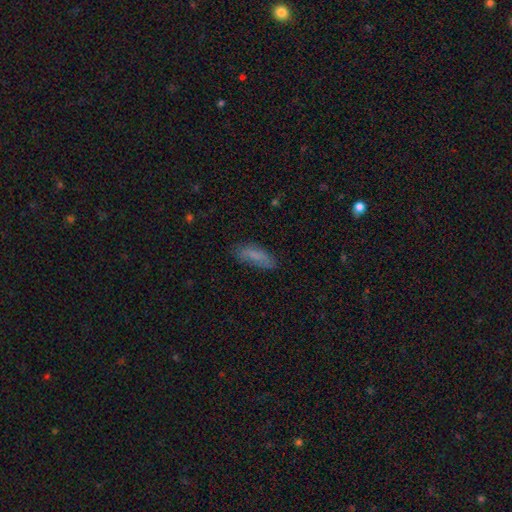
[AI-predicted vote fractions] Morphology: type=smooth (76%); roundness=in between (61%); merging=none (70%).